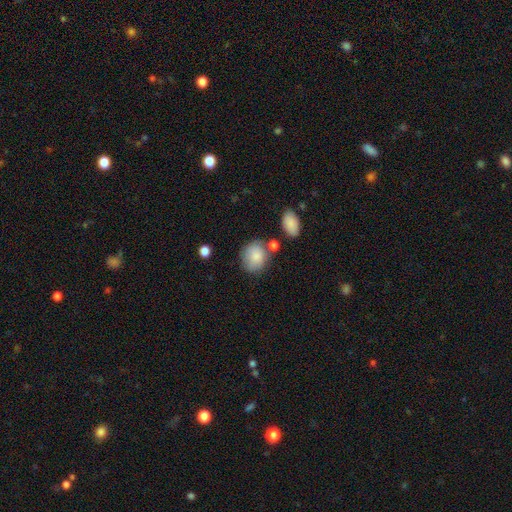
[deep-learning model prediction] smooth_or_featured: smooth (p=0.84) [alt: featured or disk p=0.08]
how_rounded: round (p=0.61) [alt: in between p=0.38]
merging: none (p=0.63) [alt: minor disturbance p=0.19]